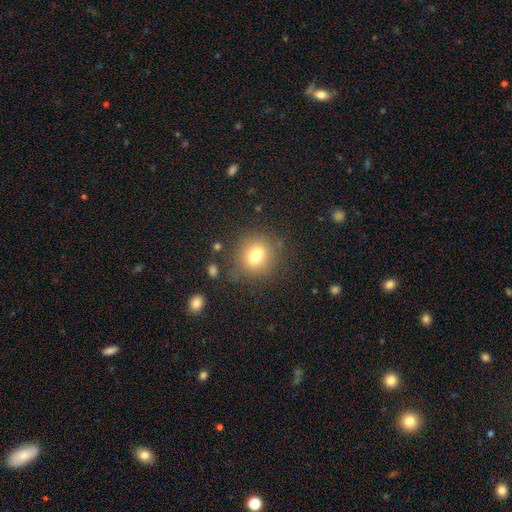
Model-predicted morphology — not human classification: Smooth or featured? smooth (75%)
How rounded? round (79%)
Merging? none (81%)